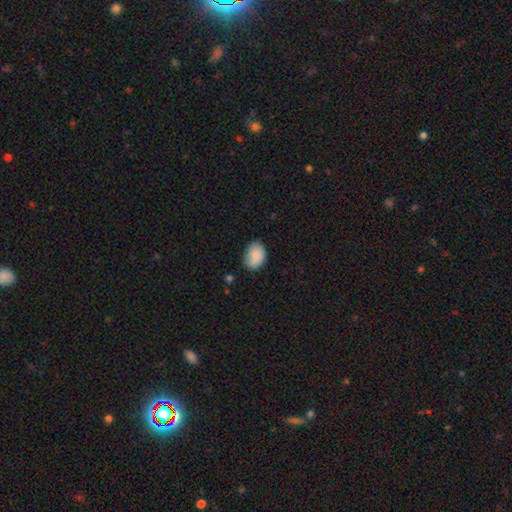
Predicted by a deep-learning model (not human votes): This appears to be a smooth galaxy with no disk features (84%) that is in between round and cigar-shaped (68%). Merging: none (68%).